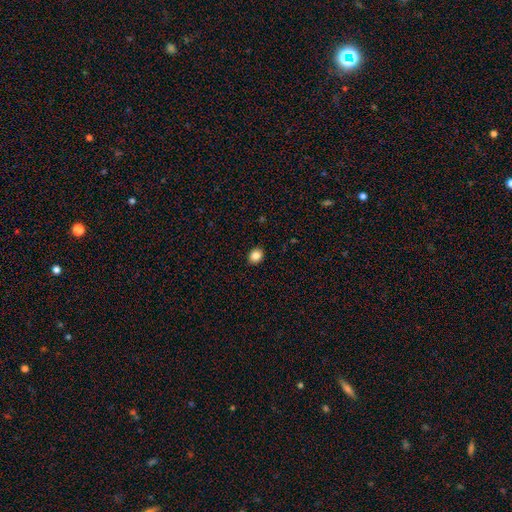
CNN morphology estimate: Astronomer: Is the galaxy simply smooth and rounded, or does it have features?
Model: smooth — 85%.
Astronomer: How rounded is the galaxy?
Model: round — 57% (runner-up: in between, 42%).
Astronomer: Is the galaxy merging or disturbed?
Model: none — 91%.